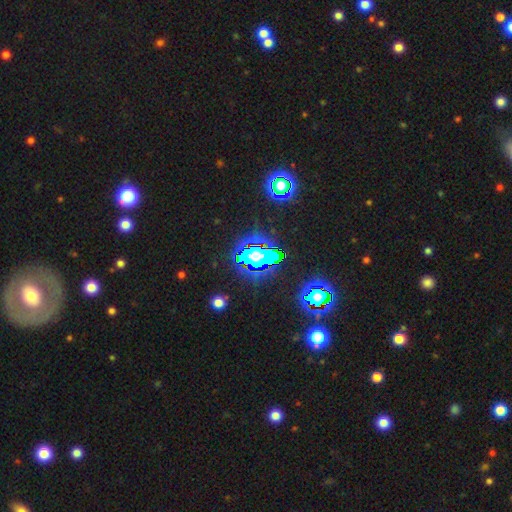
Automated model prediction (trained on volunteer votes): Smooth or featured? Predicted: star or artifact (p=0.60).